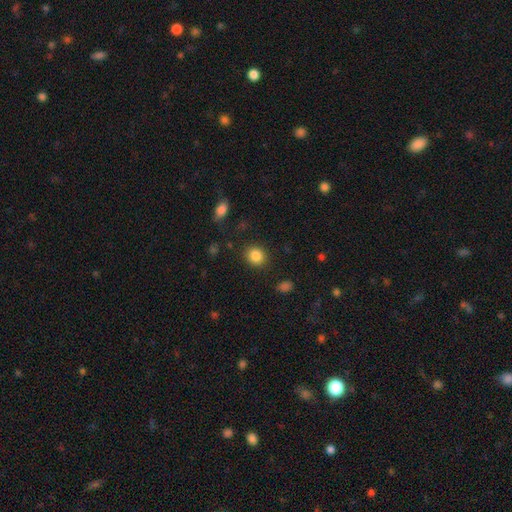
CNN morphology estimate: smooth_or_featured: smooth (p=0.85) [alt: star or artifact p=0.10]
how_rounded: round (p=0.80) [alt: in between p=0.19]
merging: none (p=0.88) [alt: minor disturbance p=0.07]